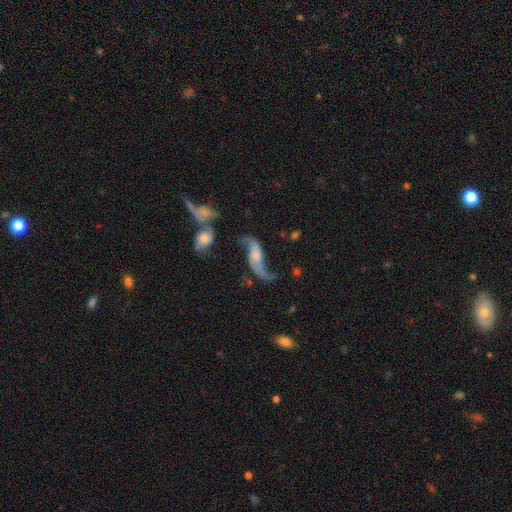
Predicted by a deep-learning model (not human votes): featured or disk 81%, smooth 12%, star or artifact 7%. Down the decision tree: edge-on disk — no (90%); bar — no (53%); spiral arms — yes (93%); spiral arm count — 2 (90%); spiral winding — loose (92%); bulge size — none (31%); merging — none (52%).